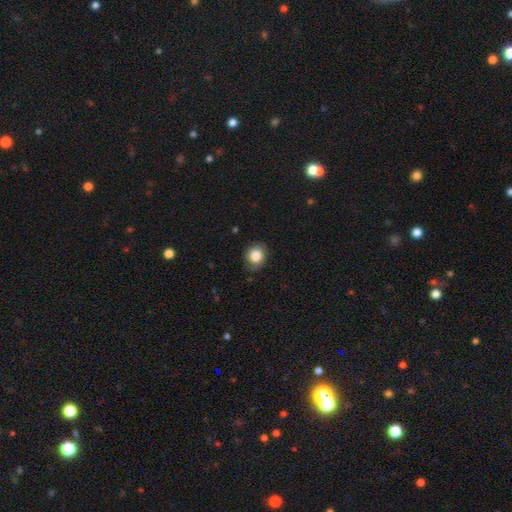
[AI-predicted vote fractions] Smooth or featured? Predicted: smooth (p=0.84). How rounded? Predicted: round (p=0.72). Merging? Predicted: none (p=0.79).